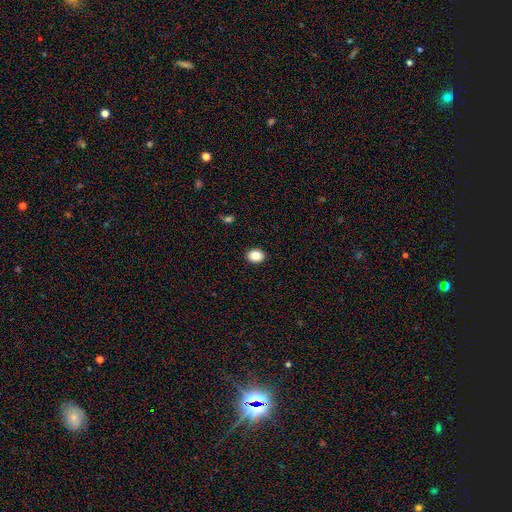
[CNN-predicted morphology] A smooth galaxy with no disk features (87%) that is in between round and cigar-shaped (59%).

Vote fractions:
- Smooth or featured? smooth: 87% / star or artifact: 9% / featured or disk: 4%
- How rounded? in between: 59% / round: 40% / cigar-shaped: 1%
- Merging? none: 91% / minor disturbance: 6% / major disturbance: 2% / merger: 1%